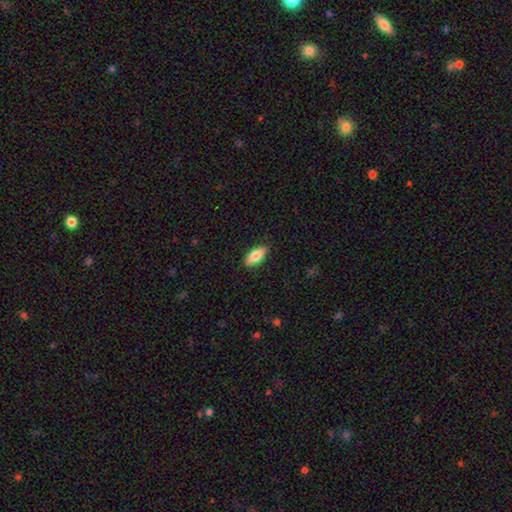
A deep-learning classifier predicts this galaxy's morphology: This appears to be a smooth galaxy with no disk features (76%) that is in between round and cigar-shaped (80%). Merging: none (87%).